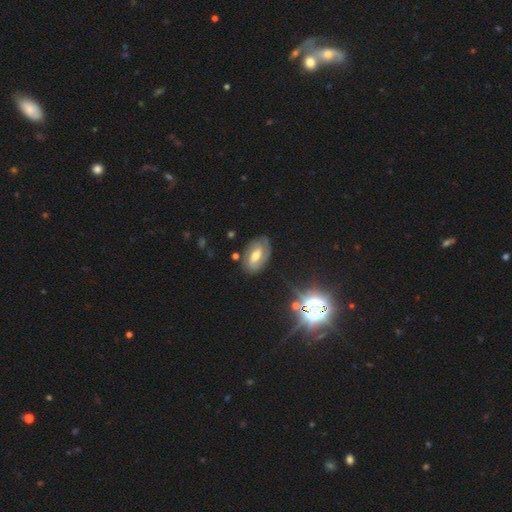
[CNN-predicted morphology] type=featured or disk (72%); edge-on=no (95%); bar=weak (47%); spiral arms=yes (88%); winding=tight (54%); arm count=2 (68%); bulge=moderate (66%); merging=none (76%).